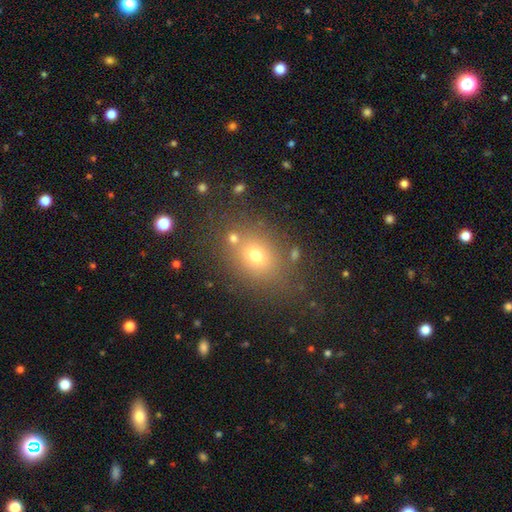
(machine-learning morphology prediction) Smooth or featured: smooth — 67% (star or artifact — 20%)
How rounded: in between — 53% (round — 46%)
Merging: none — 76% (minor disturbance — 11%)